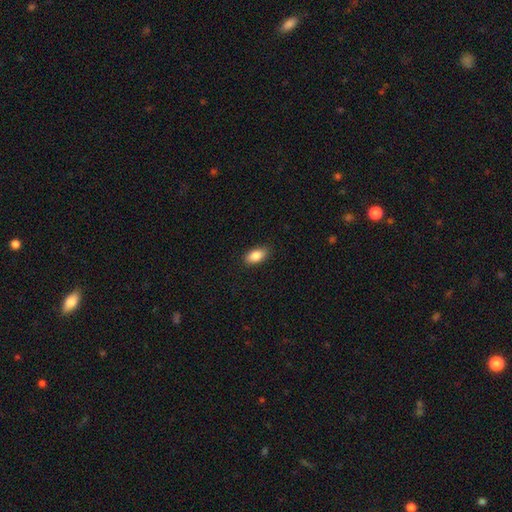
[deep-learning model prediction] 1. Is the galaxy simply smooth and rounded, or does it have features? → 86% smooth, 7% star or artifact, 7% featured or disk.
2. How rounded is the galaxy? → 91% in between, 6% round, 3% cigar-shaped.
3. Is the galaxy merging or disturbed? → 86% none, 11% minor disturbance, 2% major disturbance, 1% merger.